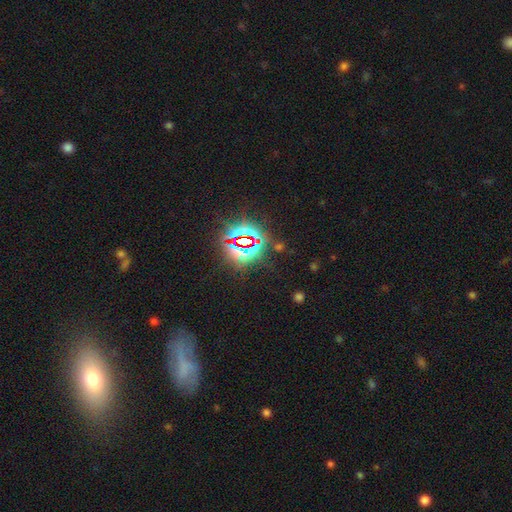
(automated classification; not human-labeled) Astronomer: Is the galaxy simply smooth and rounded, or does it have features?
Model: star or artifact — 79%.